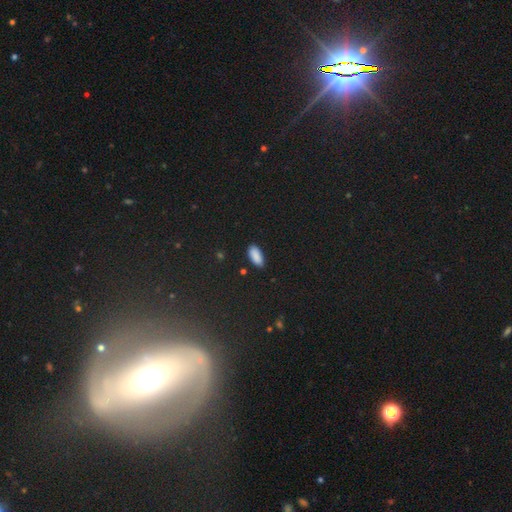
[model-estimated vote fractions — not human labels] A smooth galaxy with no disk features (88%) that is in between round and cigar-shaped (87%).

Vote fractions:
- Smooth or featured? smooth: 88% / star or artifact: 8% / featured or disk: 4%
- How rounded? in between: 87% / cigar-shaped: 11% / round: 2%
- Merging? none: 85% / minor disturbance: 12% / major disturbance: 2% / merger: 1%